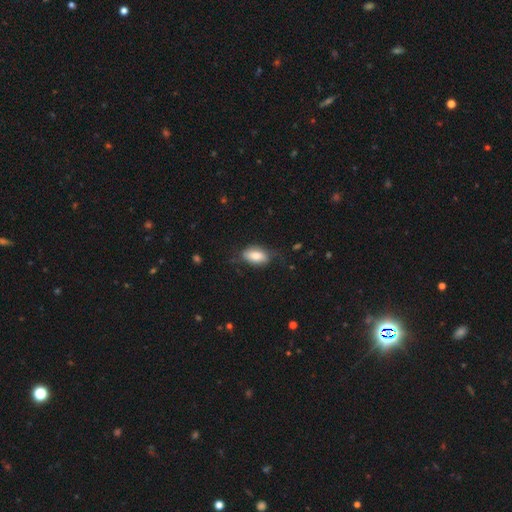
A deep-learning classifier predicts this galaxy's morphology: Smooth or featured? Predicted: smooth (p=0.72). How rounded? Predicted: in between (p=0.91). Merging? Predicted: none (p=0.58).